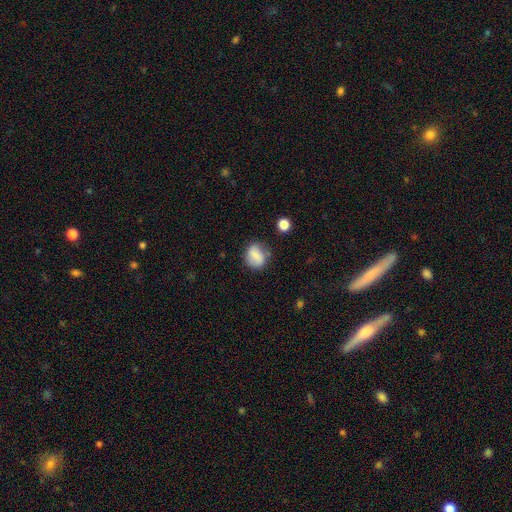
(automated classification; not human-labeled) Q: Smooth or featured?
A: smooth (75%); runner-up: featured or disk (16%)
Q: How rounded?
A: round (62%); runner-up: in between (36%)
Q: Merging?
A: none (70%); runner-up: minor disturbance (20%)